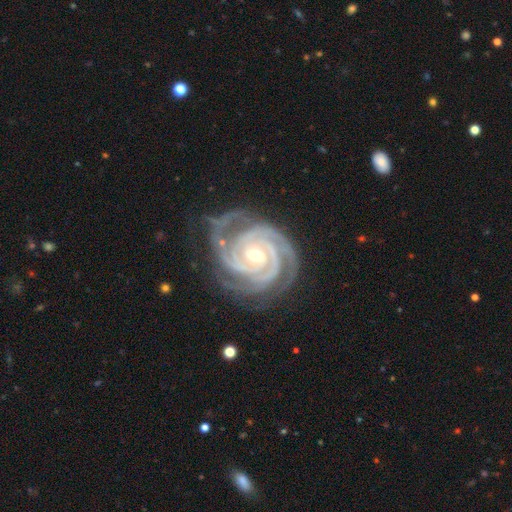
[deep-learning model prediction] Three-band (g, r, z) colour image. It shows a featured or disk galaxy (94%) with no bar (44%), 3 (40%) tight (83%) spiral arms (99%) and a moderate central bulge (49%). Merging: none (71%).